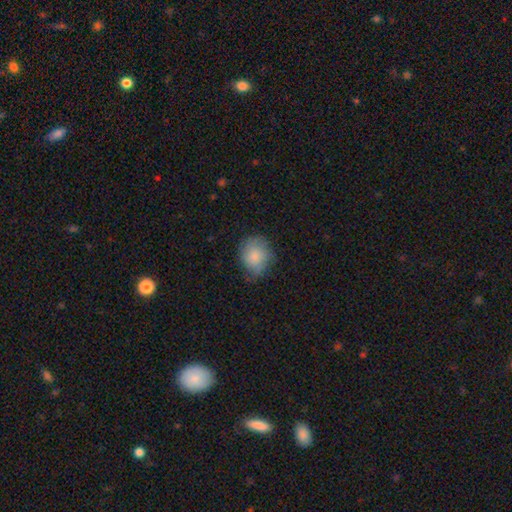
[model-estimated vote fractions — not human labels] Smooth or featured: smooth — 81% (featured or disk — 11%)
How rounded: round — 68% (in between — 31%)
Merging: none — 64% (minor disturbance — 27%)